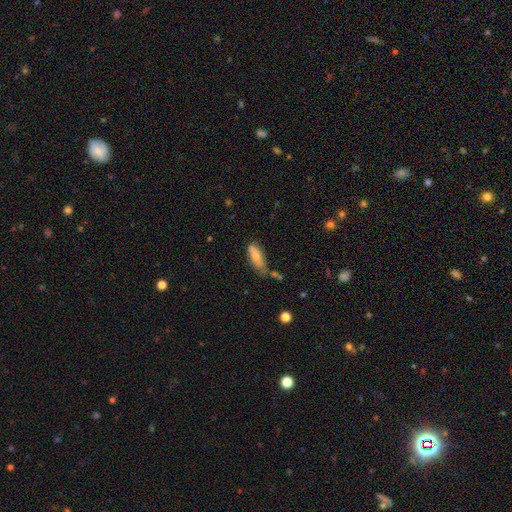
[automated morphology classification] Smooth or featured? smooth (74%)
How rounded? in between (66%)
Merging? none (45%)